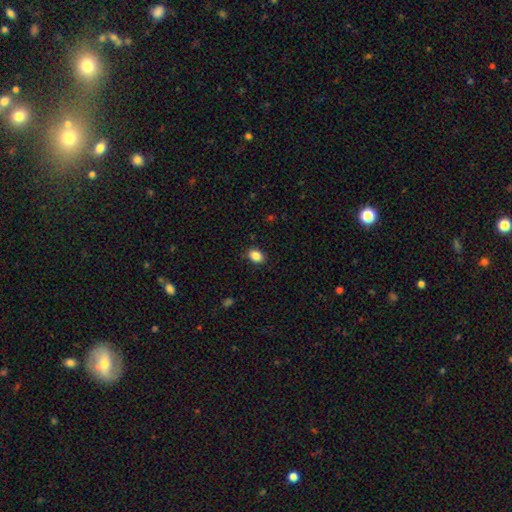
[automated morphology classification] The model was most divided on "how rounded": in between: 74%, round: 25%, cigar-shaped: 1%. More confident: smooth or featured — smooth (86%); merging — none (86%).